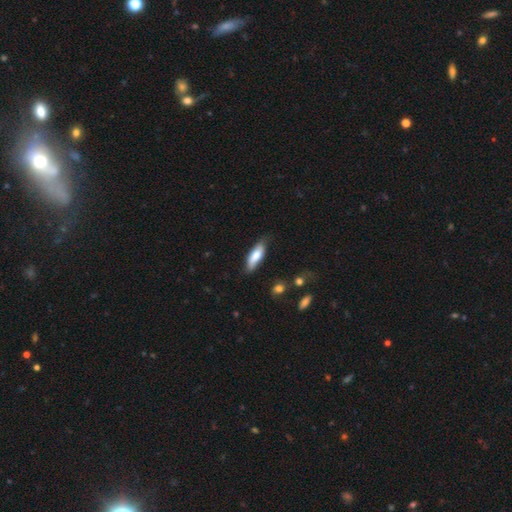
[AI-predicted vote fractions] A smooth galaxy with no disk features (73%) that is in between round and cigar-shaped (55%).

Vote fractions:
- Smooth or featured? smooth: 73% / featured or disk: 22% / star or artifact: 6%
- How rounded? in between: 55% / cigar-shaped: 43% / round: 2%
- Merging? none: 71% / minor disturbance: 23% / major disturbance: 5% / merger: 2%